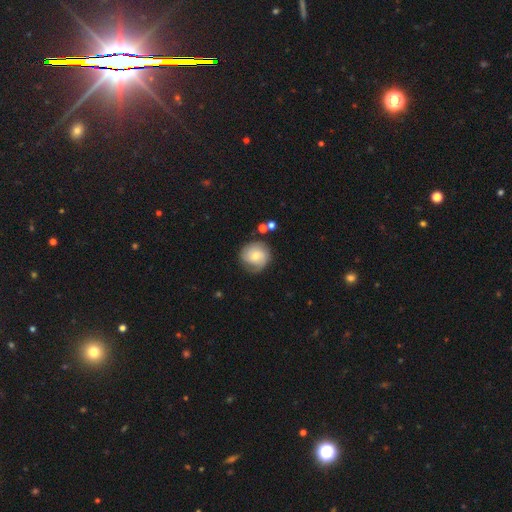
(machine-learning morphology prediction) smooth_or_featured: smooth (p=0.49) [alt: featured or disk p=0.43]
merging: none (p=0.70) [alt: minor disturbance p=0.20]